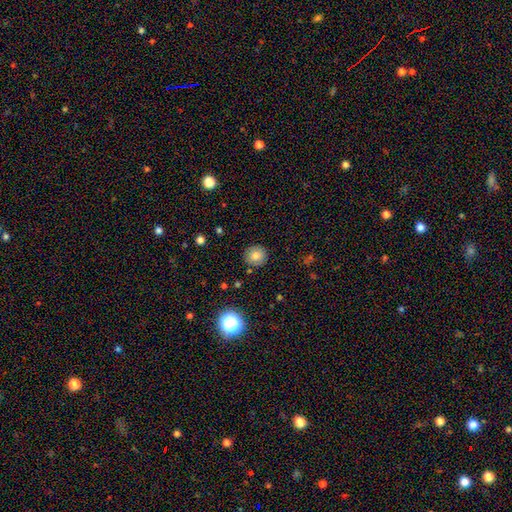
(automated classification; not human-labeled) Smooth or featured? smooth (78%)
How rounded? round (90%)
Merging? none (88%)